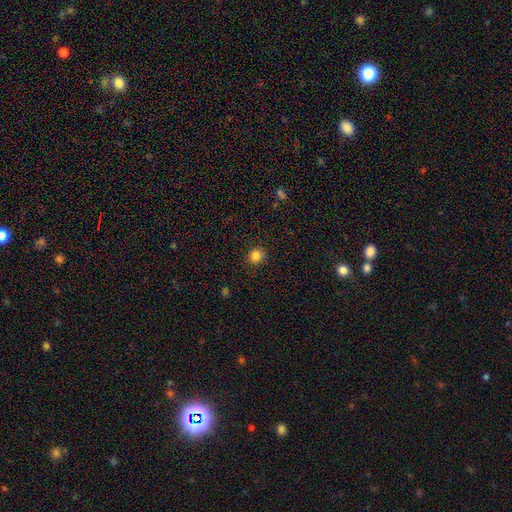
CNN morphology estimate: smooth_or_featured: smooth (p=0.84) [alt: star or artifact p=0.12]
how_rounded: round (p=0.86) [alt: in between p=0.13]
merging: none (p=0.89) [alt: minor disturbance p=0.08]